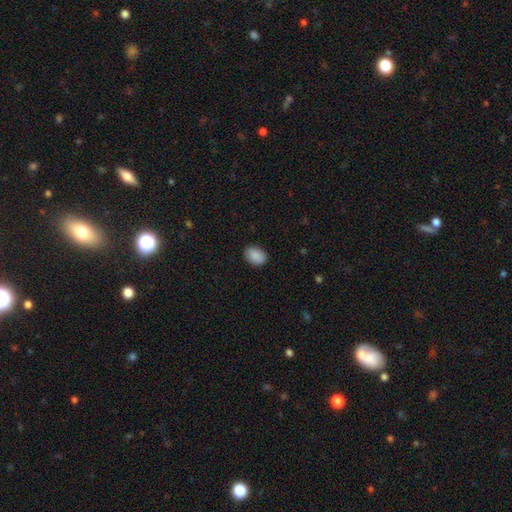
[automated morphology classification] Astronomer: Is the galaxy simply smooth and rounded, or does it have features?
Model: smooth — 90%.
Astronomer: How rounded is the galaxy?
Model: in between — 79%.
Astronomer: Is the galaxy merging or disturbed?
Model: none — 87%.